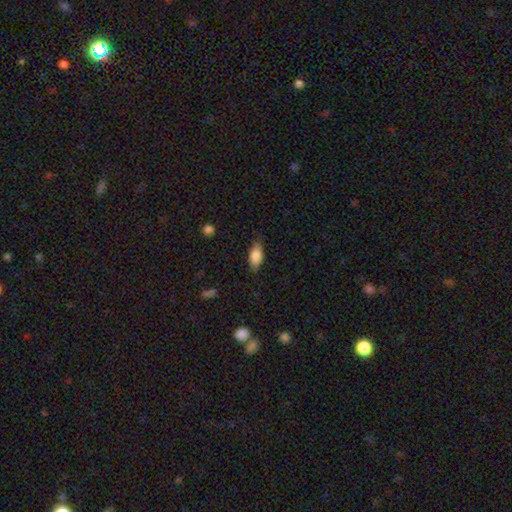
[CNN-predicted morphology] Overall: smooth (83%). How rounded: in between (86%). Merging: none (80%).